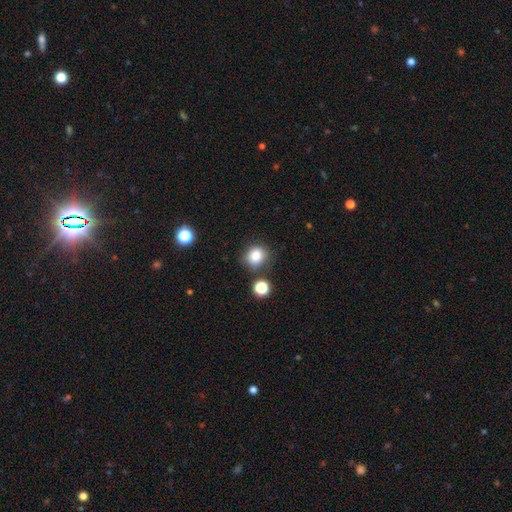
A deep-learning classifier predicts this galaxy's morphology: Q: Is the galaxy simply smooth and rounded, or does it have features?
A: smooth — 83%.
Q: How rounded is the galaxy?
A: round — 74%.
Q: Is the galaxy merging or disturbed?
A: none — 74%.